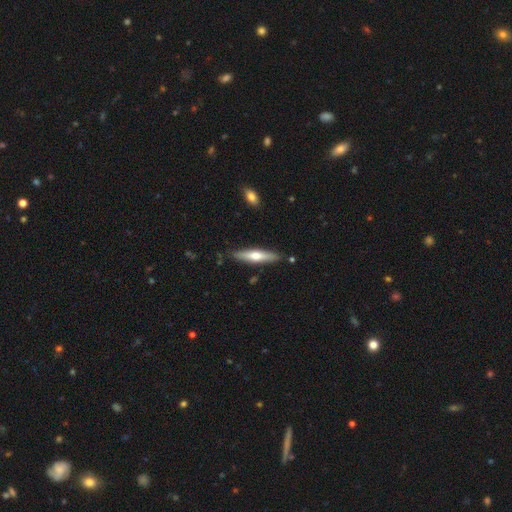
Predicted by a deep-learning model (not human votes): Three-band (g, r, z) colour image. It shows a smooth galaxy with no disk features (50%) that is cigar-shaped (80%). Merging: none (85%).